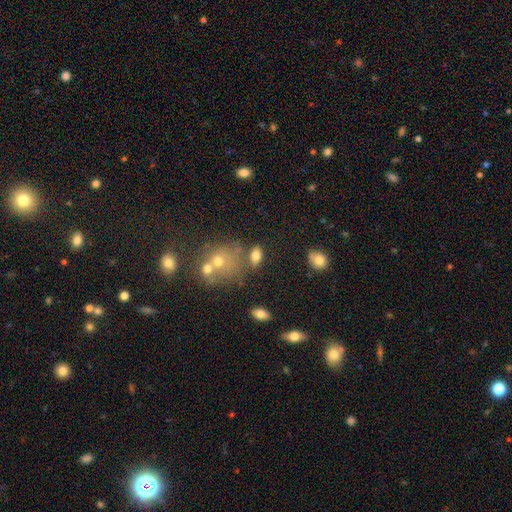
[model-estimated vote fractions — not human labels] smooth-or-featured: smooth: 74% | featured or disk: 14% | star or artifact: 12%
  how-rounded: in between: 85% | round: 11% | cigar-shaped: 4%
  merging: none: 59% | merger: 17% | minor disturbance: 16% | major disturbance: 7%